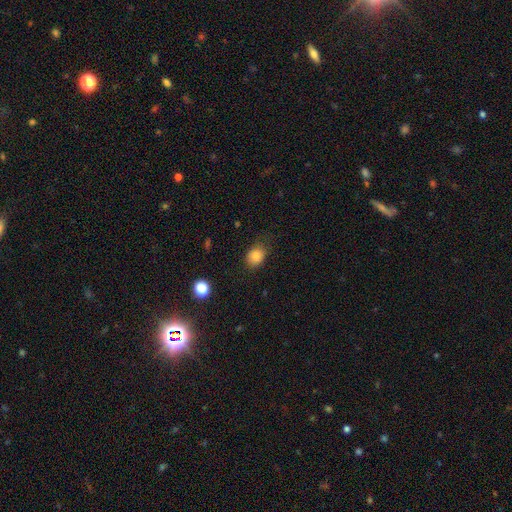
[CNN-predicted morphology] This is clearly a smooth galaxy (82%). How rounded: possibly in between (53%). Merging: likely none (72%).